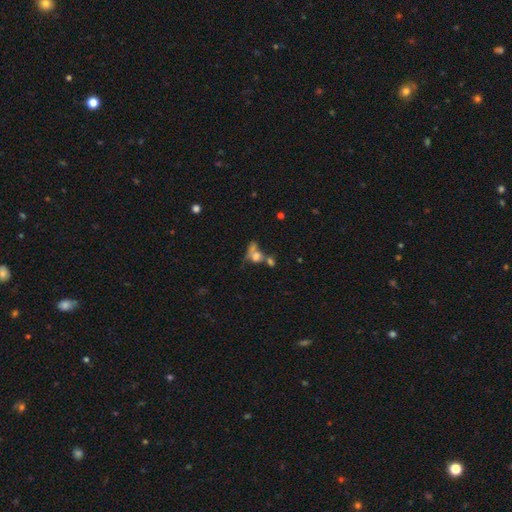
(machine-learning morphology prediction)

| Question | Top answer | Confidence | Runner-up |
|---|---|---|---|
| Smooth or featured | smooth | 57% | featured or disk (24%) |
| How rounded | in between | 51% | round (42%) |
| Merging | merger | 44% | none (25%) |